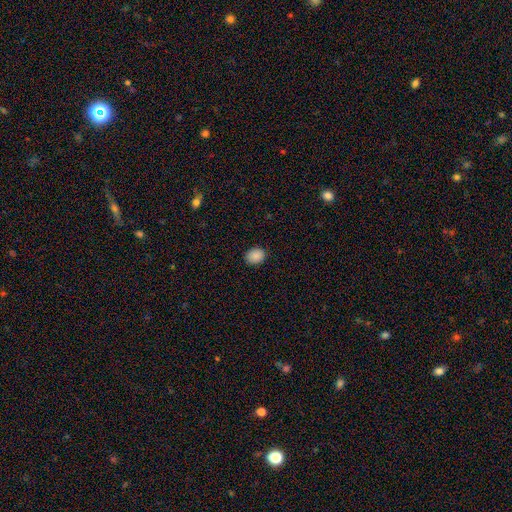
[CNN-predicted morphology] smooth_or_featured: smooth (p=0.89) [alt: star or artifact p=0.08]
how_rounded: in between (p=0.59) [alt: round p=0.41]
merging: none (p=0.89) [alt: minor disturbance p=0.08]